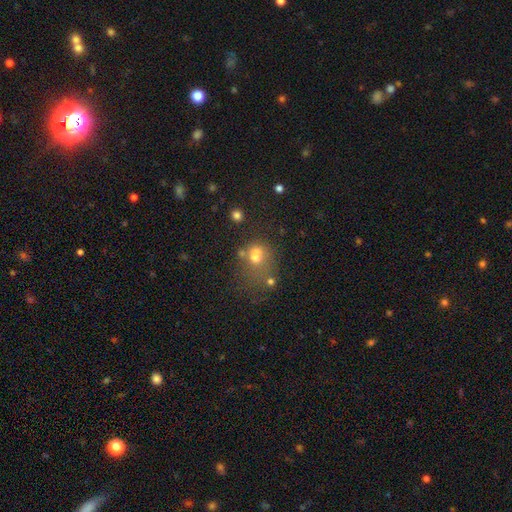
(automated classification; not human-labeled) Q: Smooth or featured?
A: smooth (58%); runner-up: featured or disk (22%)
Q: How rounded?
A: round (59%); runner-up: in between (40%)
Q: Merging?
A: merger (46%); runner-up: none (29%)